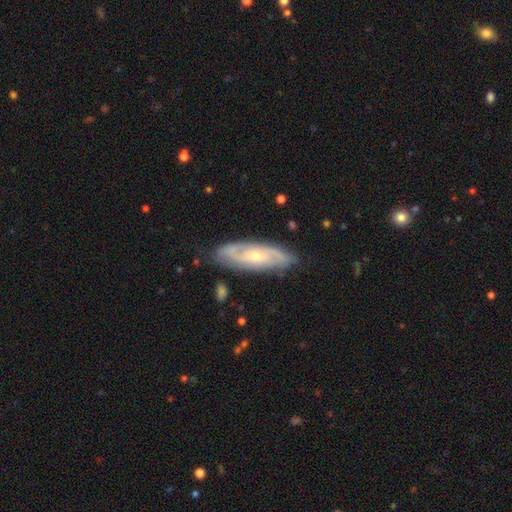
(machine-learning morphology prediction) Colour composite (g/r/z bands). It shows a featured or disk galaxy (76%) with no bar (61%), 2 (55%) tight (45%) spiral arms (92%) and a small central bulge (56%). Merging: none (81%).